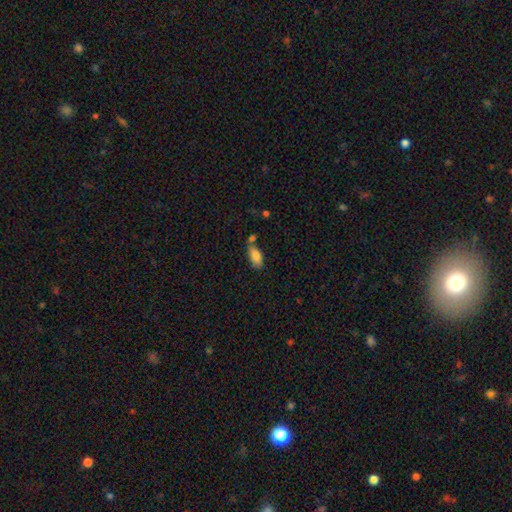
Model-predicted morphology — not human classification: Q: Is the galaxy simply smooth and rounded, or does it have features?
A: smooth — 82%.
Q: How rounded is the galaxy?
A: in between — 87%.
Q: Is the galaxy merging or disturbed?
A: none — 60%.